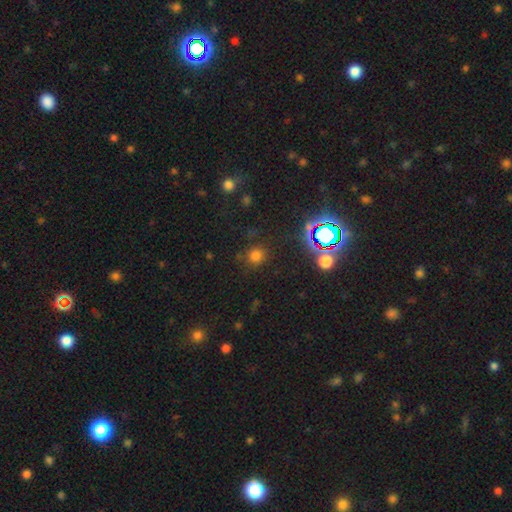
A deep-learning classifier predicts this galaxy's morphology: A smooth galaxy with no disk features (68%) that is round (89%). Merging: none (82%).